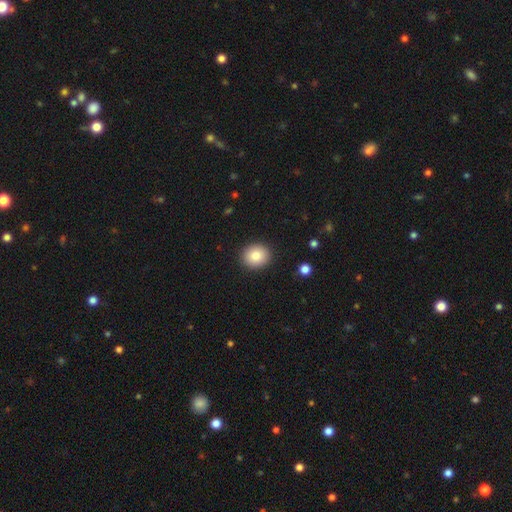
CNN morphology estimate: Q: Smooth or featured?
A: smooth (85%); runner-up: star or artifact (9%)
Q: How rounded?
A: round (72%); runner-up: in between (27%)
Q: Merging?
A: none (91%); runner-up: minor disturbance (6%)